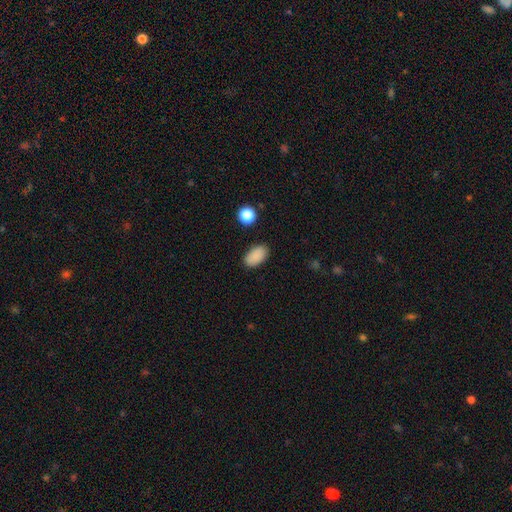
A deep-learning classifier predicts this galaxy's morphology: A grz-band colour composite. It shows a smooth galaxy with no disk features (89%) that is in between round and cigar-shaped (93%). Merging: none (86%).